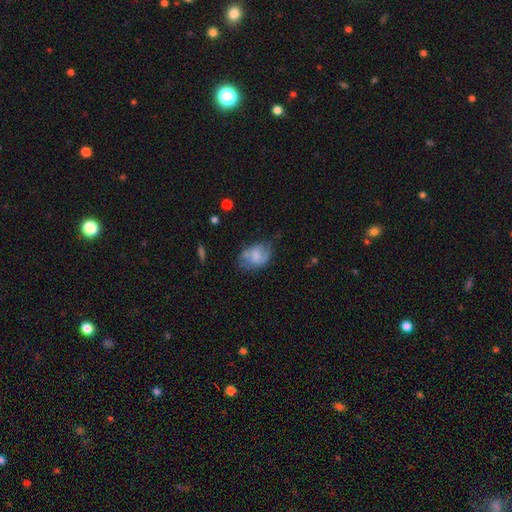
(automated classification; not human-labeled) Smooth or featured: smooth — 59% (featured or disk — 33%)
How rounded: in between — 75% (round — 24%)
Merging: none — 49% (minor disturbance — 32%)